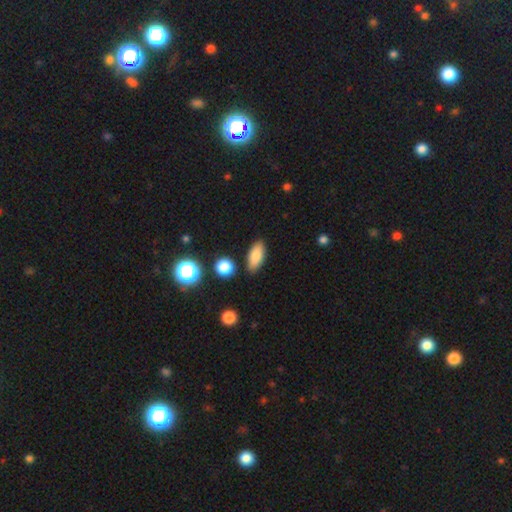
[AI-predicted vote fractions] Smooth or featured: smooth — 83% (featured or disk — 9%)
How rounded: in between — 83% (cigar-shaped — 13%)
Merging: none — 84% (minor disturbance — 10%)